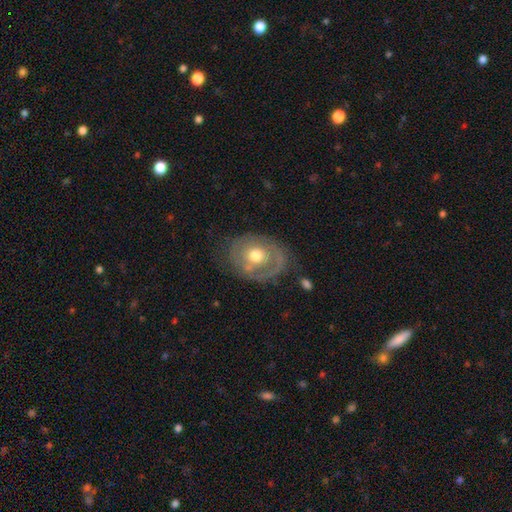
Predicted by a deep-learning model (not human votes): This is possibly a featured or disk galaxy (60%). It is clearly not viewed edge-on (95%). Bar: clearly no (84%). Spiral arm pattern: possibly no (52%). Central bulge: likely moderate (73%). Merging: likely none (63%).